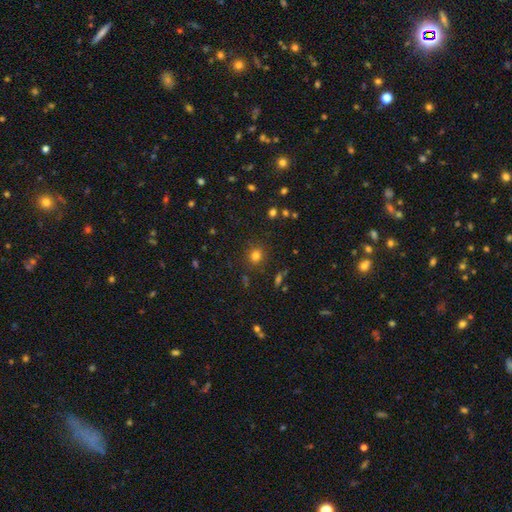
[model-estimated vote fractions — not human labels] smooth 77%, star or artifact 17%, featured or disk 6%. Down the decision tree: how rounded — round (84%); merging — none (87%).